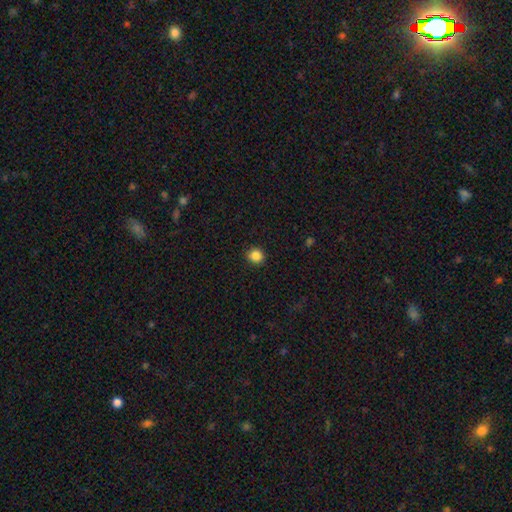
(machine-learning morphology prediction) Smooth or featured? smooth (86%)
How rounded? round (88%)
Merging? none (92%)